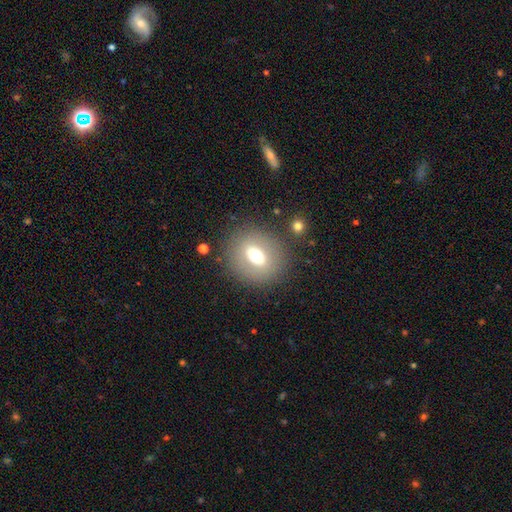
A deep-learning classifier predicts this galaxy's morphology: Smooth or featured? smooth (61%)
How rounded? round (60%)
Merging? none (82%)